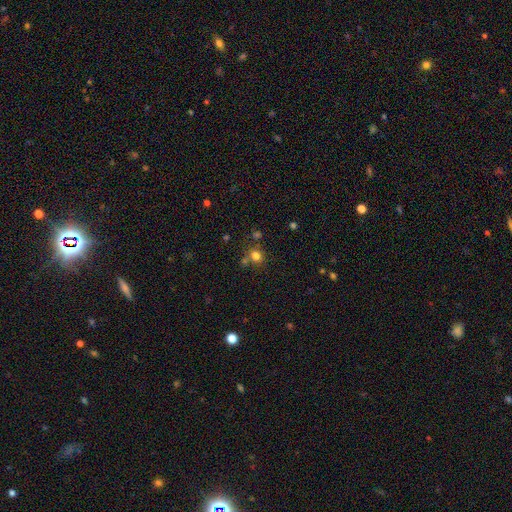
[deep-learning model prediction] smooth-or-featured: smooth: 76% | star or artifact: 16% | featured or disk: 7%
  how-rounded: round: 78% | in between: 21% | cigar-shaped: 1%
  merging: none: 67% | merger: 16% | minor disturbance: 11% | major disturbance: 5%